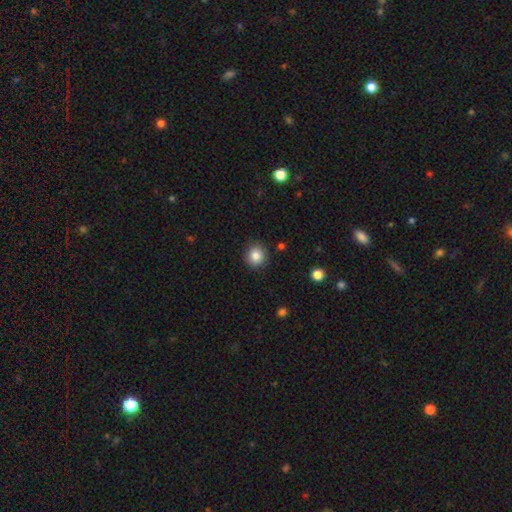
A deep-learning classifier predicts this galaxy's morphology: This is clearly a smooth galaxy (85%). How rounded: clearly round (88%). Merging: clearly none (89%).